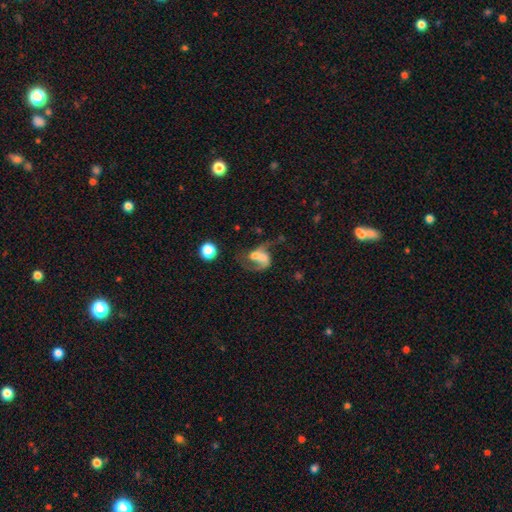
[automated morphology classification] Q: Smooth or featured?
A: featured or disk (63%); runner-up: smooth (27%)
Q: Edge-on disk?
A: no (97%); runner-up: yes (3%)
Q: Bar?
A: no (55%); runner-up: weak (31%)
Q: Spiral arms?
A: yes (78%); runner-up: no (22%)
Q: Bulge size?
A: moderate (29%); runner-up: none (24%)
Q: Merging?
A: merger (48%); runner-up: none (21%)